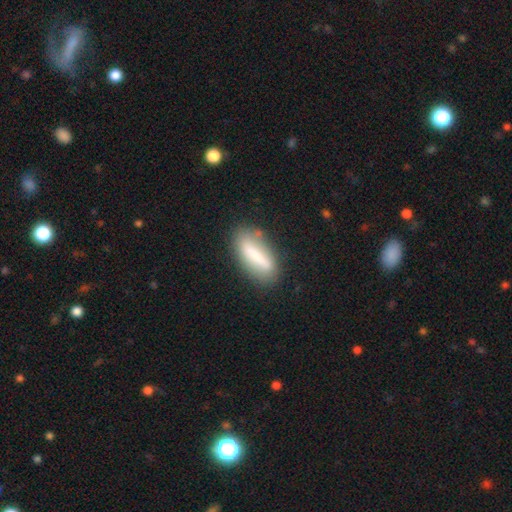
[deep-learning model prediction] Q: Smooth or featured?
A: smooth (64%); runner-up: featured or disk (28%)
Q: How rounded?
A: in between (52%); runner-up: cigar-shaped (46%)
Q: Merging?
A: none (74%); runner-up: minor disturbance (16%)